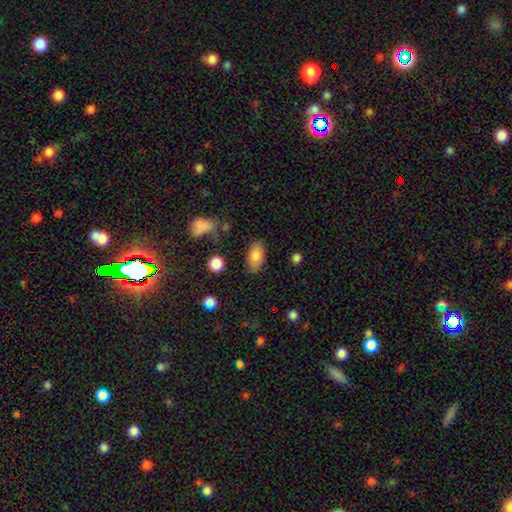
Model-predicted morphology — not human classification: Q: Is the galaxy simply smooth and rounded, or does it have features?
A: smooth — 83%.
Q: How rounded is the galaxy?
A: in between — 93%.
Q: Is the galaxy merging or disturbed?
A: none — 79%.